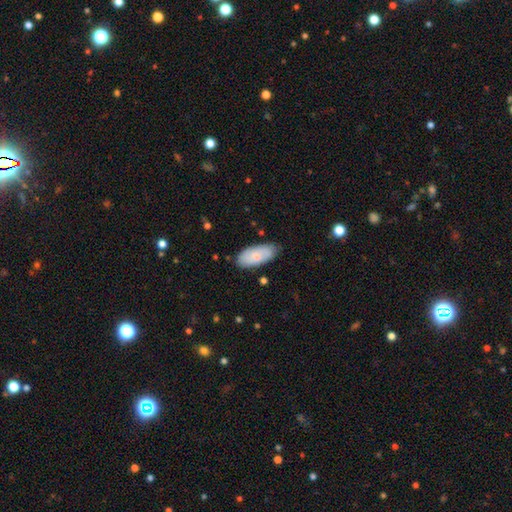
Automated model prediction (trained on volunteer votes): A smooth galaxy with no disk features (76%) that is in between round and cigar-shaped (90%). Merging: none (77%).